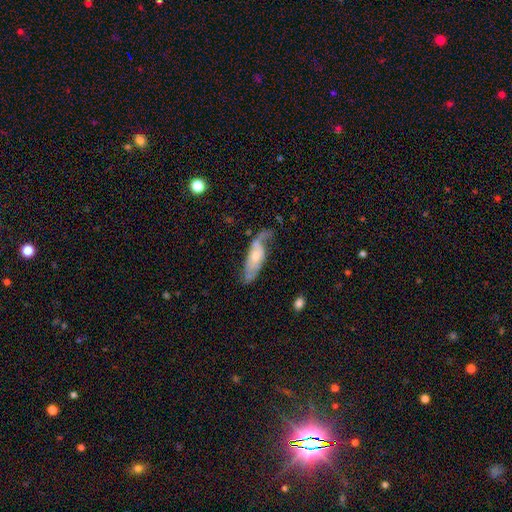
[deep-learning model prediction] Smooth or featured?
  - featured or disk: 49% *
  - smooth: 45%
  - star or artifact: 6%
Merging?
  - none: 39% *
  - minor disturbance: 31%
  - major disturbance: 25%
  - merger: 5%